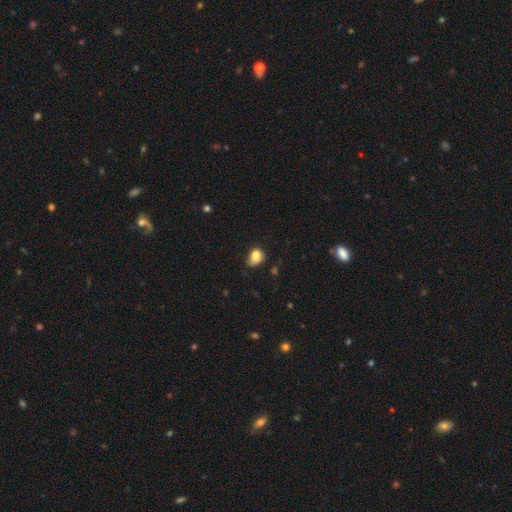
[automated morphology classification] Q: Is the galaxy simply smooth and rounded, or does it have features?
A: smooth — 81%.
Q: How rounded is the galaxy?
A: in between — 64%.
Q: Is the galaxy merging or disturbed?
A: none — 45%.